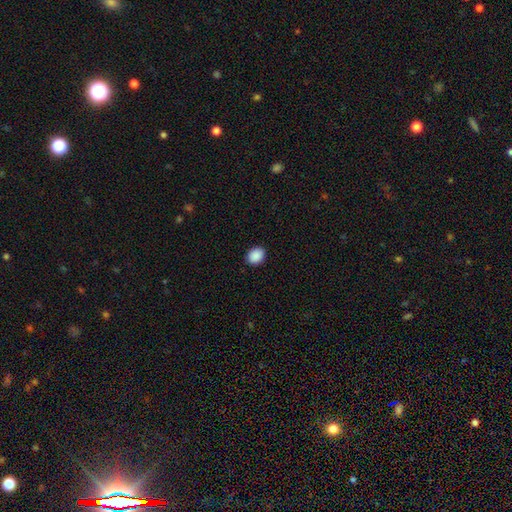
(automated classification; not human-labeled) A smooth galaxy with no disk features (90%) that is in between round and cigar-shaped (56%). Merging: none (91%).